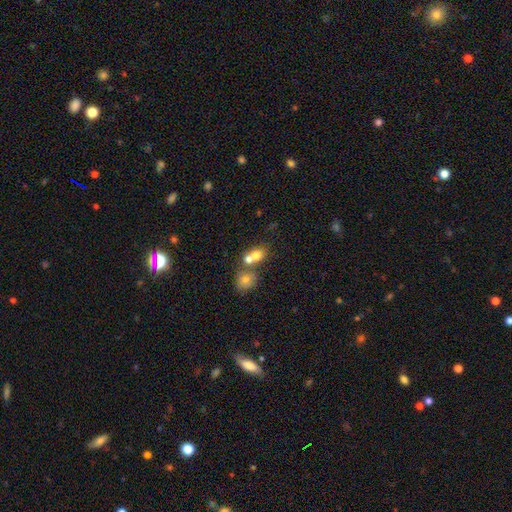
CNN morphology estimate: Q: Smooth or featured?
A: smooth (72%); runner-up: featured or disk (16%)
Q: How rounded?
A: round (54%); runner-up: in between (44%)
Q: Merging?
A: merger (57%); runner-up: none (32%)